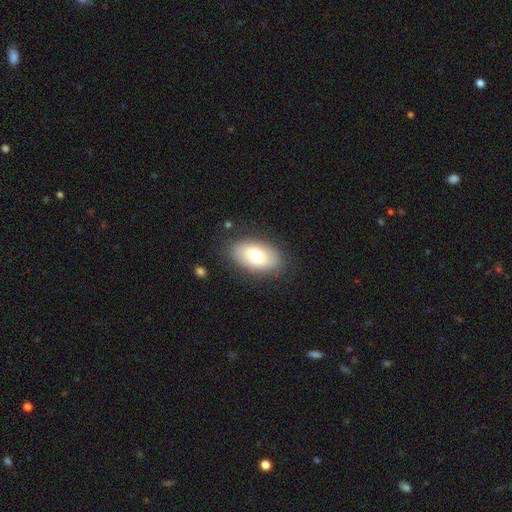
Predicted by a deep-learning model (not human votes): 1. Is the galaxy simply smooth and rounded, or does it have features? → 73% smooth, 21% featured or disk, 7% star or artifact.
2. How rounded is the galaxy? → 93% in between, 5% round, 2% cigar-shaped.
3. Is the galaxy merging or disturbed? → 83% none, 12% minor disturbance, 4% major disturbance, 1% merger.